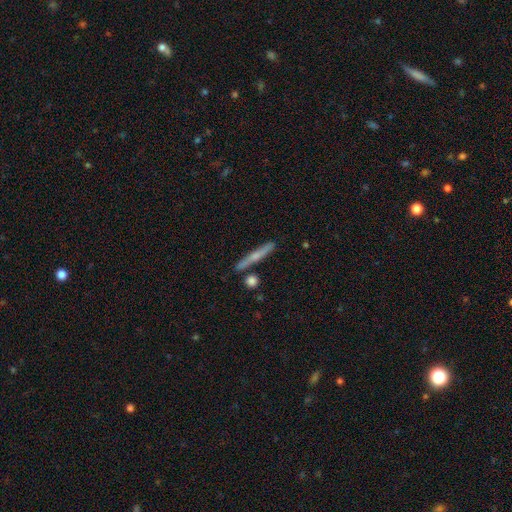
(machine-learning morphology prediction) A featured or disk galaxy (50%) viewed edge-on (95%). Merging: none (83%).